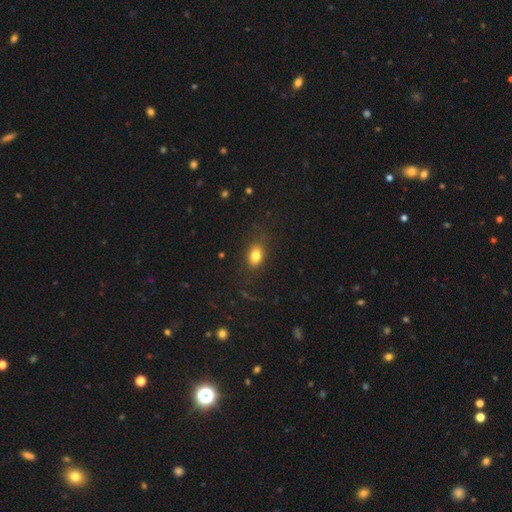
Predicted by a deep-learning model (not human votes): Smooth or featured? smooth (81%)
How rounded? in between (75%)
Merging? none (81%)